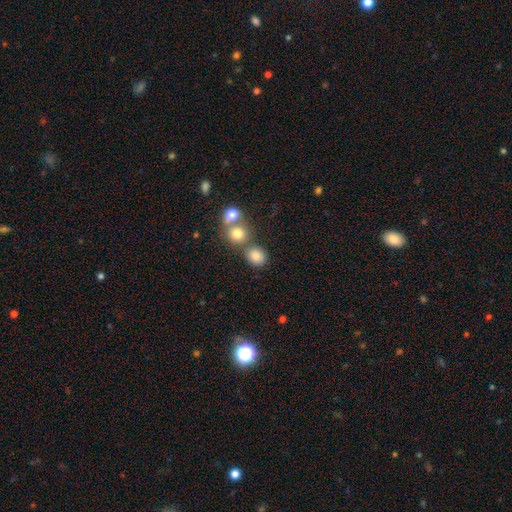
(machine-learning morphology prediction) The model was most divided on "merging": none: 61%, merger: 26%, minor disturbance: 9%, major disturbance: 4%. More confident: smooth or featured — smooth (81%); how rounded — round (75%).